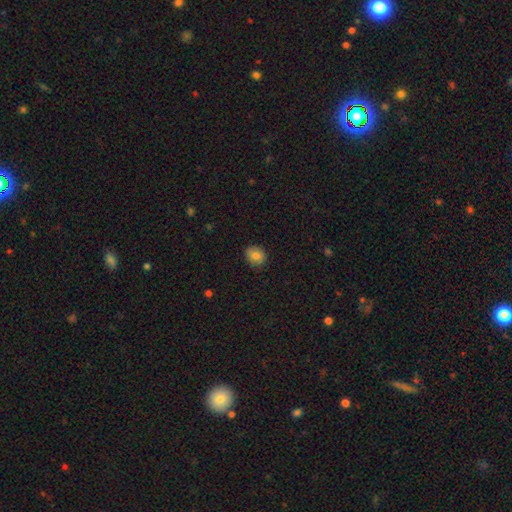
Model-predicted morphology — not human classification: Smooth or featured? Predicted: smooth (p=0.81). How rounded? Predicted: round (p=0.75). Merging? Predicted: none (p=0.87).